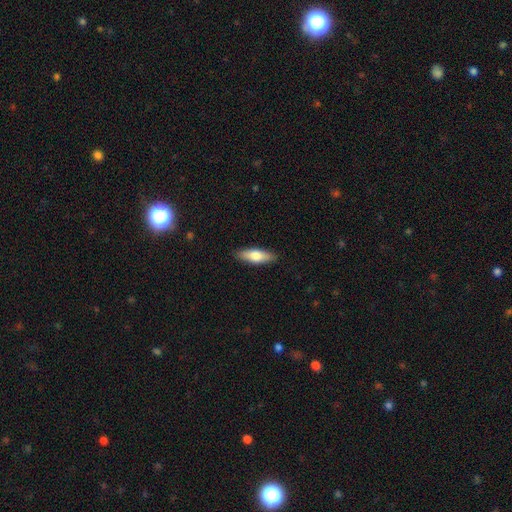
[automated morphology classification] Smooth or featured?
  - smooth: 66% *
  - featured or disk: 28%
  - star or artifact: 6%
How rounded?
  - in between: 53% *
  - cigar-shaped: 45%
  - round: 2%
Merging?
  - none: 89% *
  - minor disturbance: 8%
  - major disturbance: 2%
  - merger: 1%